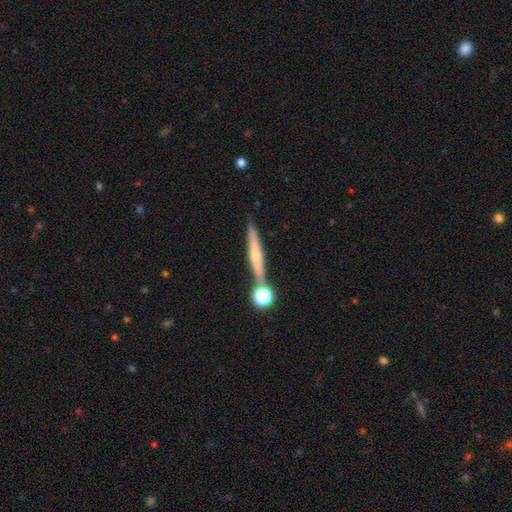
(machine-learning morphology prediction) Smooth or featured?
  - featured or disk: 49% *
  - smooth: 43%
  - star or artifact: 9%
Merging?
  - none: 74% *
  - merger: 13%
  - minor disturbance: 10%
  - major disturbance: 3%